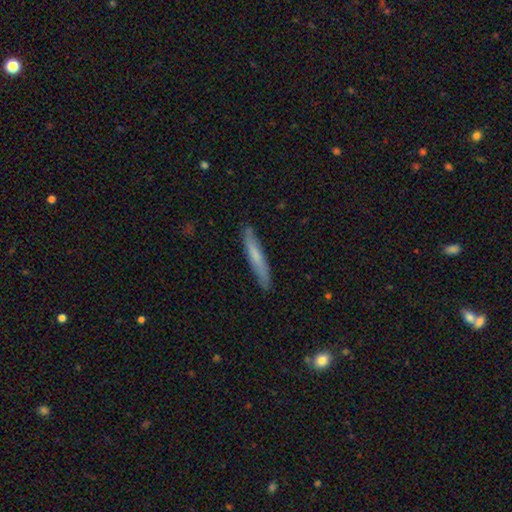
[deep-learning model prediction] smooth 60%, featured or disk 34%, star or artifact 6%. Down the decision tree: how rounded — cigar-shaped (95%); merging — none (85%).